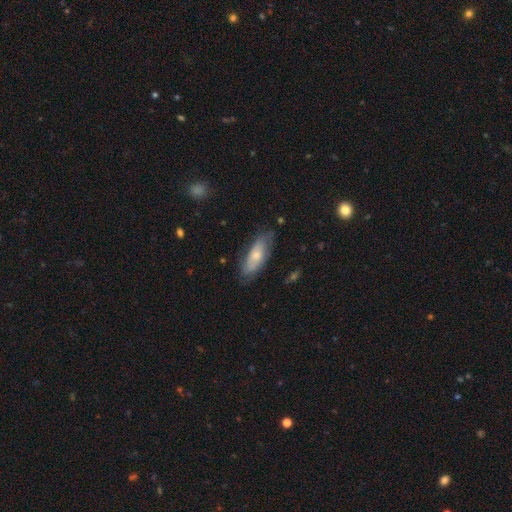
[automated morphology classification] A smooth galaxy with no disk features (61%) that is in between round and cigar-shaped (70%).

Vote fractions:
- Smooth or featured? smooth: 61% / featured or disk: 33% / star or artifact: 6%
- How rounded? in between: 70% / cigar-shaped: 28% / round: 2%
- Merging? none: 70% / minor disturbance: 23% / major disturbance: 5% / merger: 2%